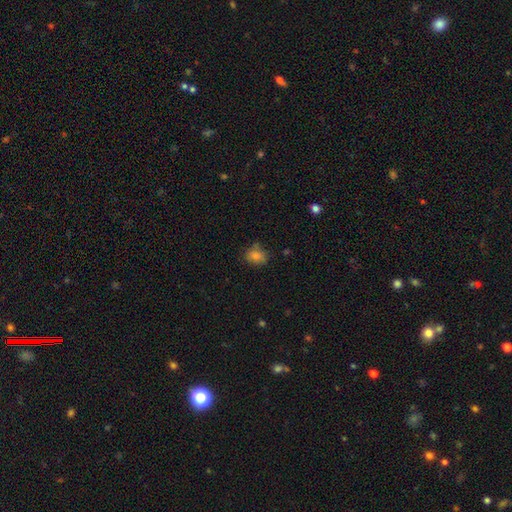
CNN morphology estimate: A smooth galaxy with no disk features (76%) that is round (59%).

Vote fractions:
- Smooth or featured? smooth: 76% / star or artifact: 15% / featured or disk: 9%
- How rounded? round: 59% / in between: 40% / cigar-shaped: 1%
- Merging? none: 73% / minor disturbance: 19% / major disturbance: 4% / merger: 3%